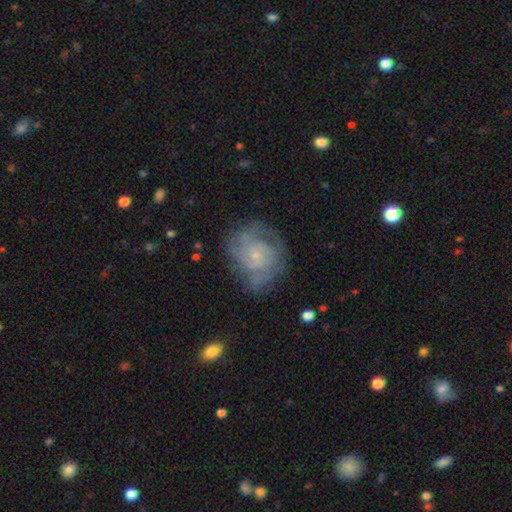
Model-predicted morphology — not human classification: Smooth or featured? featured or disk (81%)
Edge-on disk? no (98%)
Bar? no (73%)
Spiral arms? yes (94%)
Spiral winding? tight (53%)
Spiral arm count? 3 (28%)
Bulge size? small (79%)
Merging? none (70%)